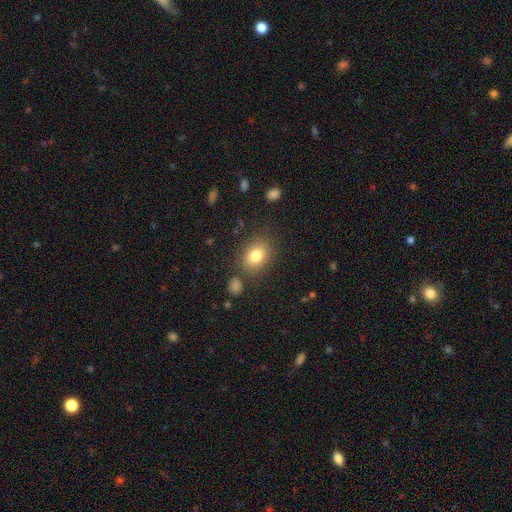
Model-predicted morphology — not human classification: smooth-or-featured: smooth: 81% | star or artifact: 10% | featured or disk: 9%
  how-rounded: in between: 56% | round: 43% | cigar-shaped: 1%
  merging: none: 80% | minor disturbance: 11% | merger: 5% | major disturbance: 4%